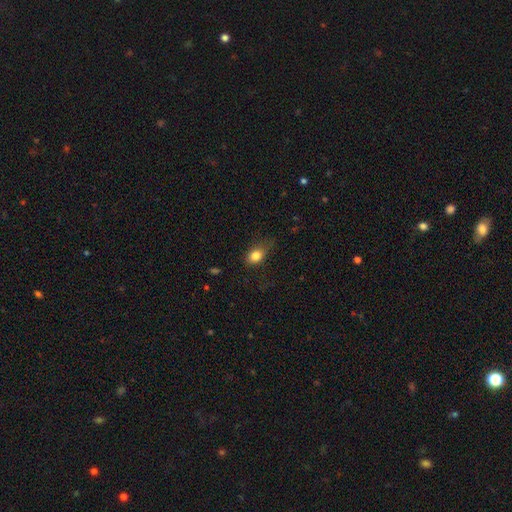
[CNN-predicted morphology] smooth 82%, star or artifact 10%, featured or disk 8%. Down the decision tree: how rounded — in between (70%); merging — none (59%).